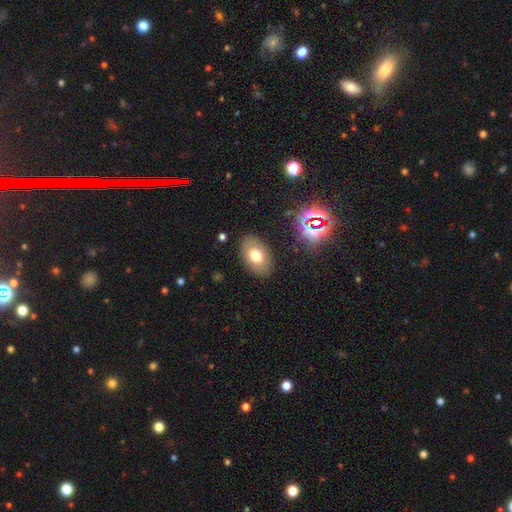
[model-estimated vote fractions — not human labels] smooth 70%, featured or disk 19%, star or artifact 11%. Down the decision tree: how rounded — in between (90%); merging — none (86%).